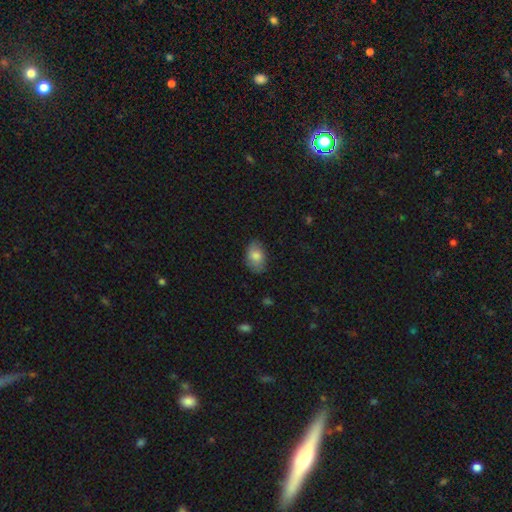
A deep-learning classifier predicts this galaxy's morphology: smooth-or-featured: smooth: 80% | featured or disk: 13% | star or artifact: 7%
  how-rounded: in between: 87% | round: 12% | cigar-shaped: 1%
  merging: none: 78% | minor disturbance: 18% | major disturbance: 4% | merger: 1%